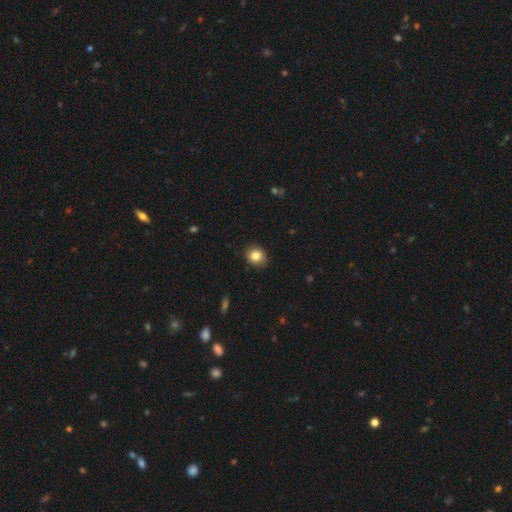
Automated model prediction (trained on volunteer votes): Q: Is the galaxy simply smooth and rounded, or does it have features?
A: smooth — 84%.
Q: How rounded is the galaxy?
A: round — 69%.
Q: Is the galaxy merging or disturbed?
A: none — 88%.